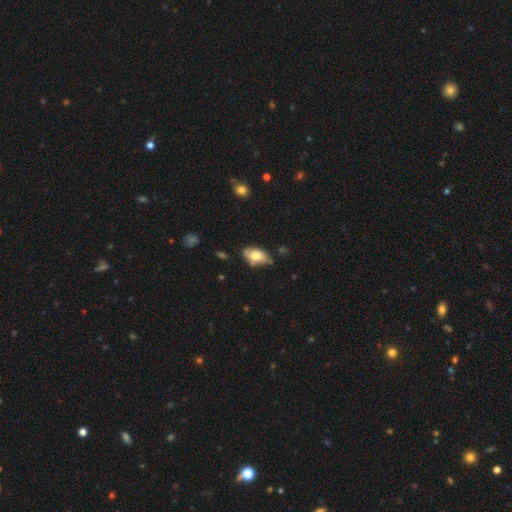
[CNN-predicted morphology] Overall: smooth (69%). How rounded: in between (92%). Merging: none (61%; minor disturbance 29%).